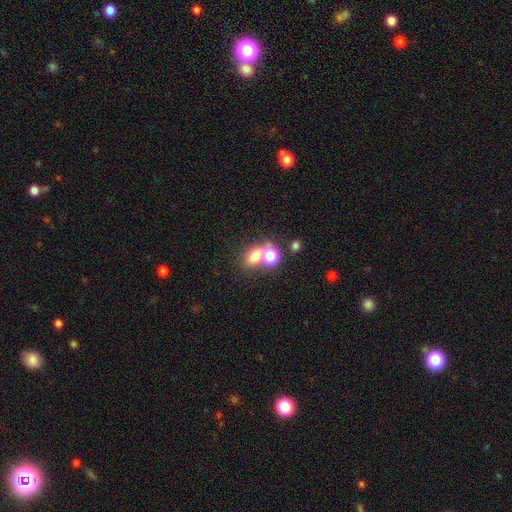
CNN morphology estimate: This is likely a smooth galaxy (70%). How rounded: possibly in between (55%). Merging: marginally none (44%).